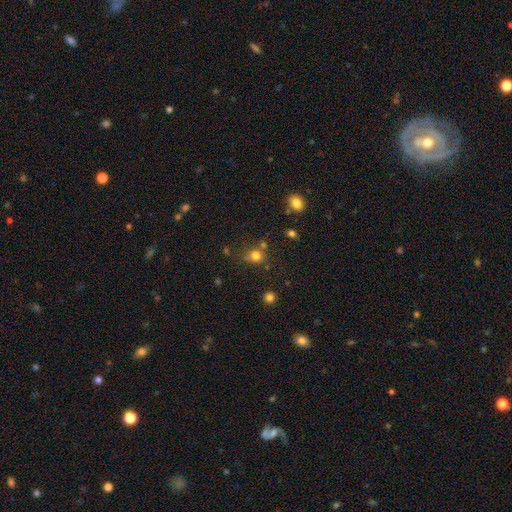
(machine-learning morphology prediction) Q: Smooth or featured?
A: smooth (76%); runner-up: star or artifact (17%)
Q: How rounded?
A: round (82%); runner-up: in between (17%)
Q: Merging?
A: none (65%); runner-up: merger (15%)